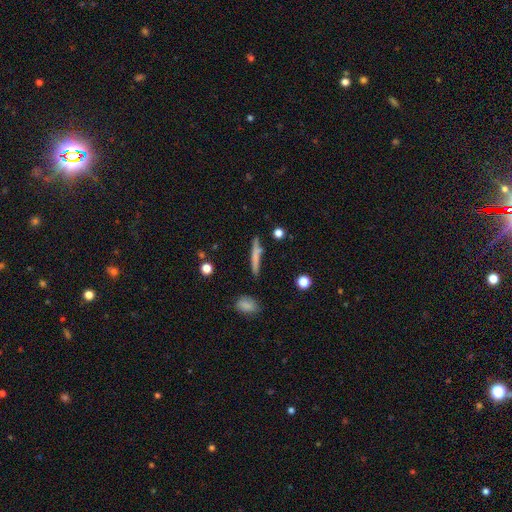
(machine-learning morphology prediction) A smooth galaxy with no disk features (61%) that is cigar-shaped (91%). Merging: none (75%).